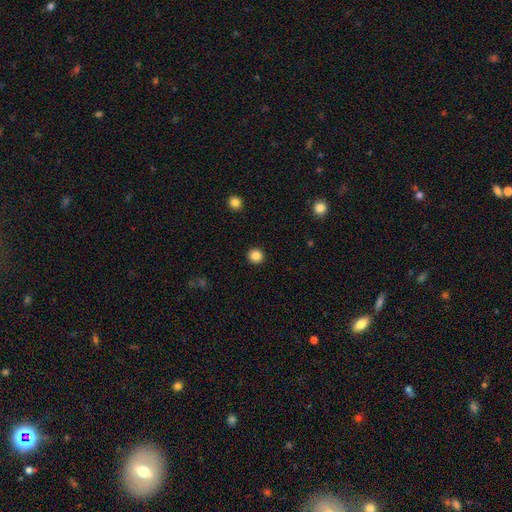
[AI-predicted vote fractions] Smooth or featured? Predicted: smooth (p=0.85). How rounded? Predicted: round (p=0.93). Merging? Predicted: none (p=0.93).